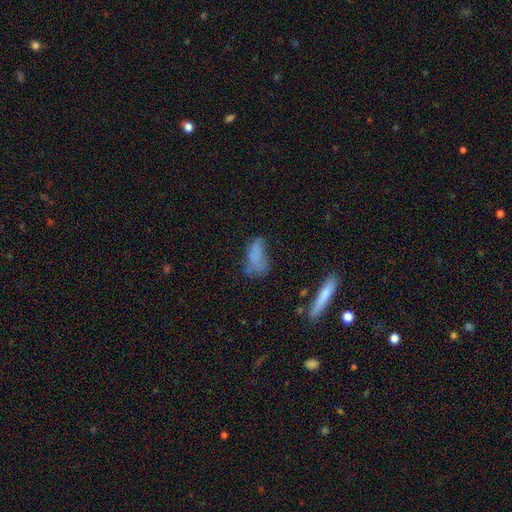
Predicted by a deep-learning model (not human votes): A smooth galaxy with no disk features (70%) that is in between round and cigar-shaped (74%). Merging: none (40%).